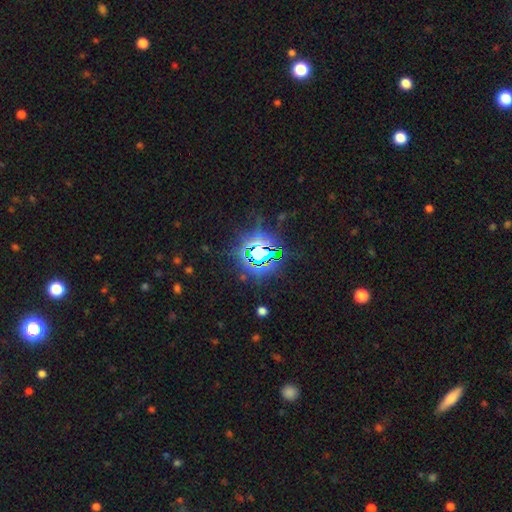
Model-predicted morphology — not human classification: Overall: star or artifact (76%).